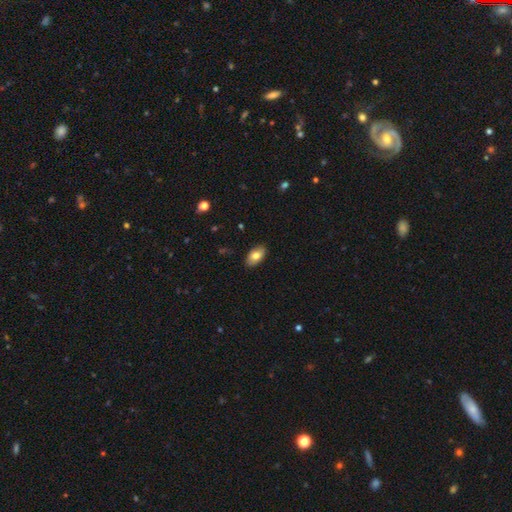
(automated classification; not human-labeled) Smooth or featured? Predicted: smooth (p=0.79). How rounded? Predicted: in between (p=0.93). Merging? Predicted: none (p=0.88).